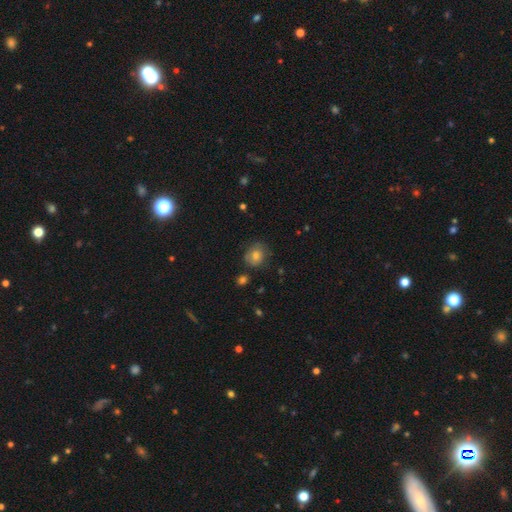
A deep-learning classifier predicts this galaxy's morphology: A smooth galaxy with no disk features (62%) that is round (73%). Merging: none (72%).